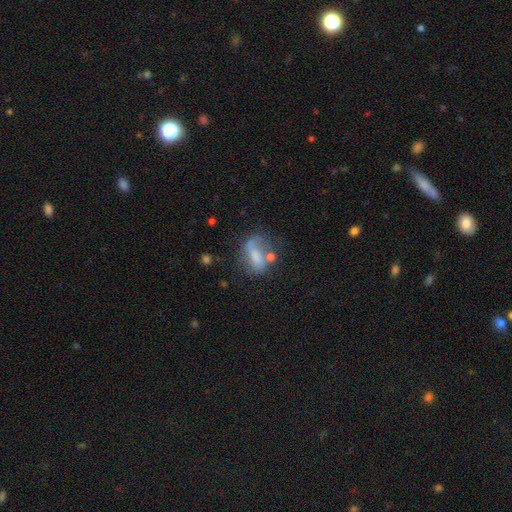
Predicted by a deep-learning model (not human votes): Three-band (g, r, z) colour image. It shows a smooth galaxy with no disk features (46%). Merging: none (37%).